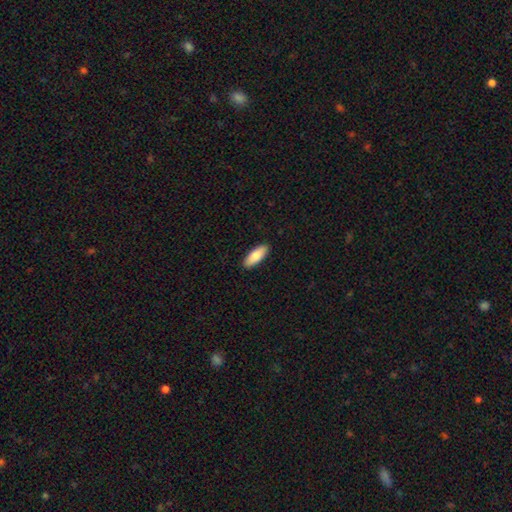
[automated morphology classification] The model was most divided on "how rounded": in between: 72%, cigar-shaped: 26%, round: 2%. More confident: merging — none (91%); smooth or featured — smooth (82%).